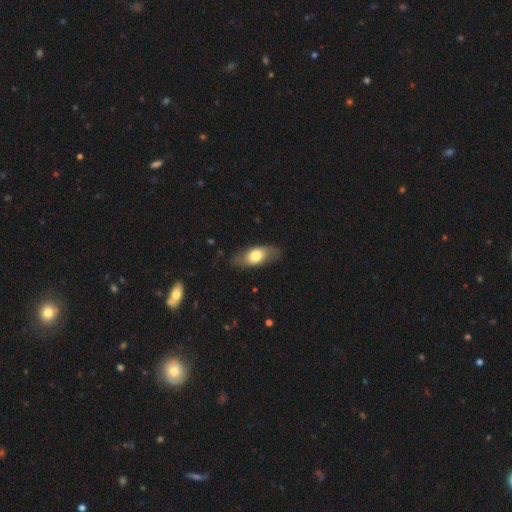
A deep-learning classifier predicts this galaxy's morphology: Overall: smooth (66%; featured or disk 28%). How rounded: in between (84%). Merging: none (76%).